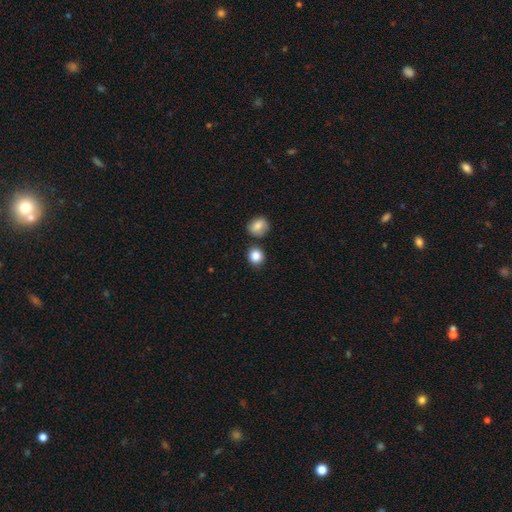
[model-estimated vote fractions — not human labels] Smooth or featured?
  - smooth: 86% *
  - star or artifact: 9%
  - featured or disk: 5%
How rounded?
  - round: 84% *
  - in between: 15%
  - cigar-shaped: 1%
Merging?
  - none: 79% *
  - minor disturbance: 10%
  - merger: 9%
  - major disturbance: 2%